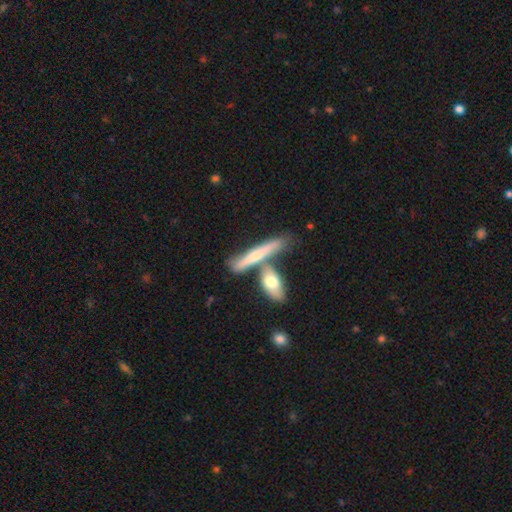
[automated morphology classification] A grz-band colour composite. It shows a featured or disk galaxy (51%) viewed edge-on (87%). Merging: none (57%).